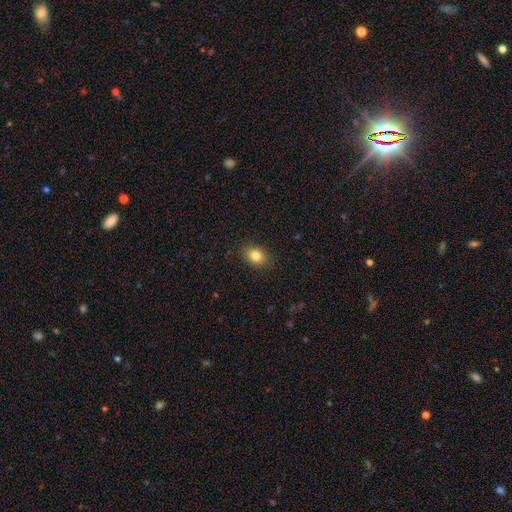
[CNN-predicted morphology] Smooth or featured? smooth (83%)
How rounded? in between (65%)
Merging? none (88%)